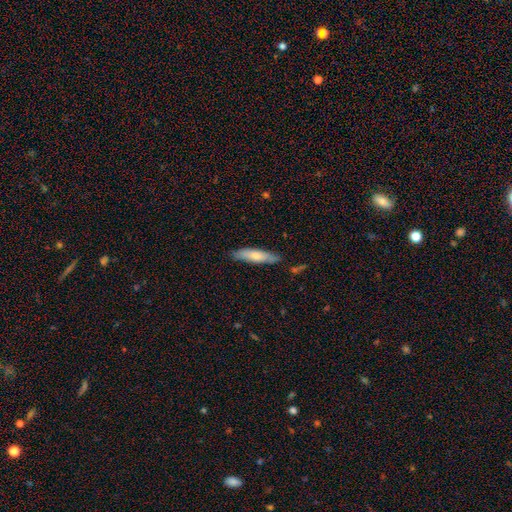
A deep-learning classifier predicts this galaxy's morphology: type=smooth (69%); roundness=cigar-shaped (73%); merging=none (80%).